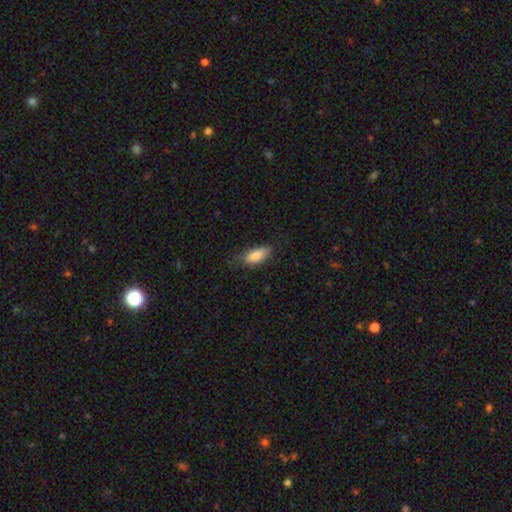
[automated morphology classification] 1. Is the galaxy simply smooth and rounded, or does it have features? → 82% smooth, 11% featured or disk, 7% star or artifact.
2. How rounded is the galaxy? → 80% in between, 17% cigar-shaped, 2% round.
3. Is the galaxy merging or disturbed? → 68% none, 24% minor disturbance, 6% major disturbance, 1% merger.